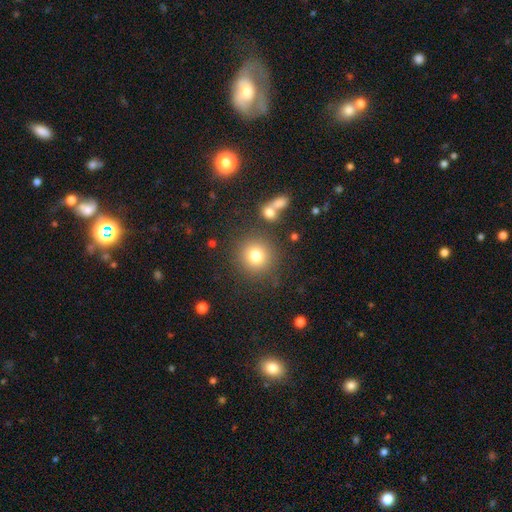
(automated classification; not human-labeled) Smooth or featured? Predicted: smooth (p=0.78). How rounded? Predicted: round (p=0.92). Merging? Predicted: none (p=0.83).